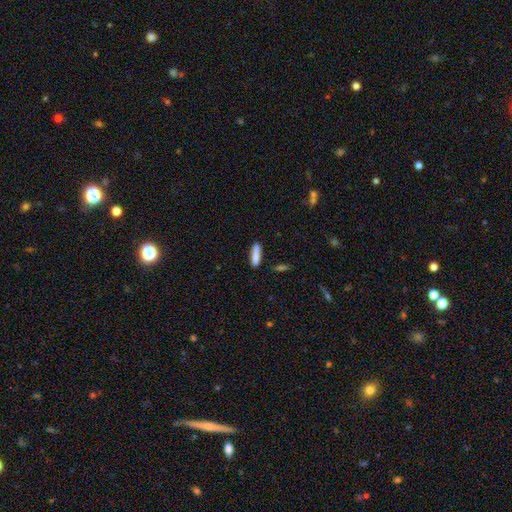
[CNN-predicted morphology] A smooth galaxy with no disk features (85%) that is cigar-shaped (70%). Merging: none (79%).